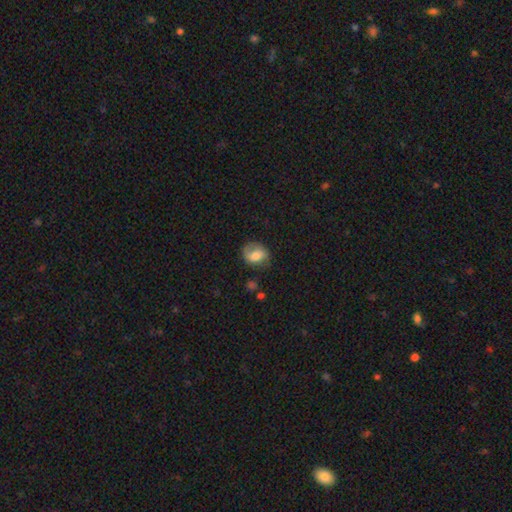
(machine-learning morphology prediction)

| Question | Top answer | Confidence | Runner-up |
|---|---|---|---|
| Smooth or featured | smooth | 60% | featured or disk (32%) |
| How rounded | in between | 52% | round (47%) |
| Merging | none | 62% | minor disturbance (25%) |